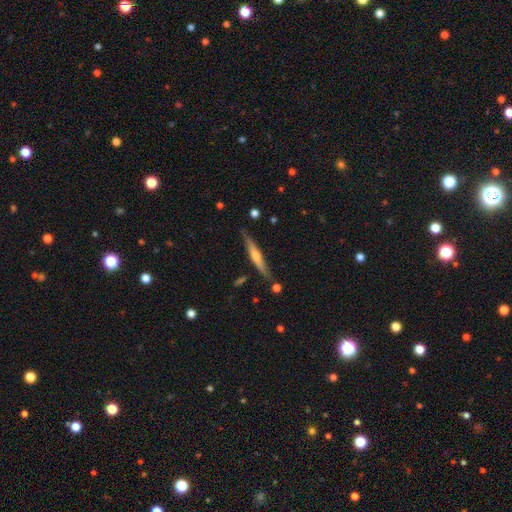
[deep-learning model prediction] Smooth or featured: featured or disk — 66% (smooth — 29%)
Edge-on disk: yes — 96% (no — 4%)
Edge-on bulge: rounded — 79% (none — 12%)
Merging: none — 83% (minor disturbance — 12%)